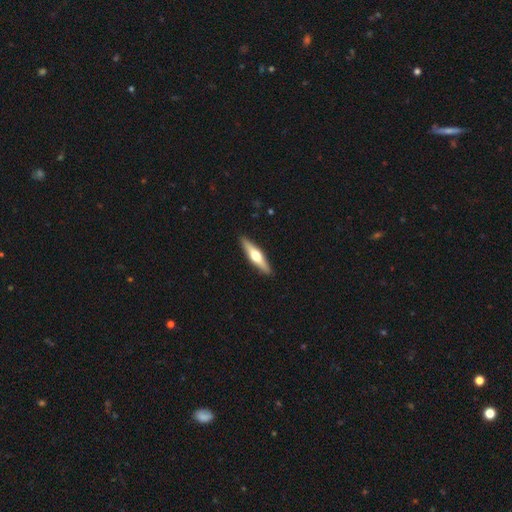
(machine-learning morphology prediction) A featured or disk galaxy (60%) viewed edge-on (95%) with a rounded central bulge (95%). Merging: none (92%).